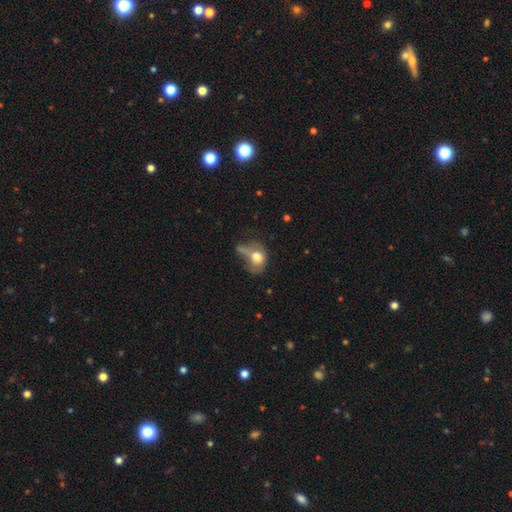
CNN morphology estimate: This appears to be a smooth galaxy with no disk features (65%) that is in between round and cigar-shaped (64%). Merging: major disturbance (36%).